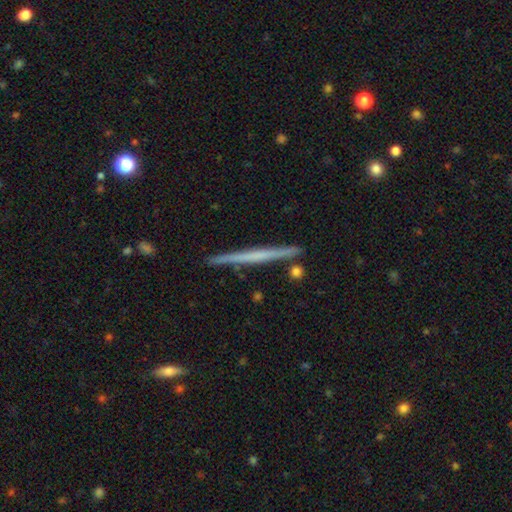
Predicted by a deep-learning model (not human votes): smooth-or-featured: featured or disk: 61% | smooth: 33% | star or artifact: 6%
  disk-edge-on: yes: 98% | no: 2%
    edge-on-bulge: none: 75% | rounded: 17% | boxy: 7%
  merging: none: 90% | minor disturbance: 7% | merger: 2% | major disturbance: 1%